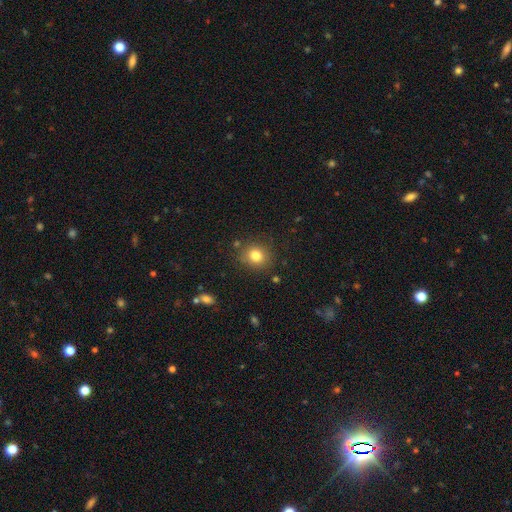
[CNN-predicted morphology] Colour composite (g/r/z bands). It shows a smooth galaxy with no disk features (80%) that is round (78%). Merging: none (83%).